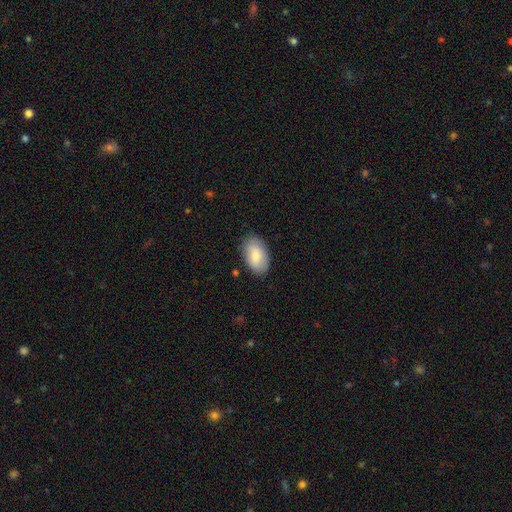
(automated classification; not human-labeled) This appears to be a smooth galaxy with no disk features (80%) that is in between round and cigar-shaped (93%). Merging: none (84%).